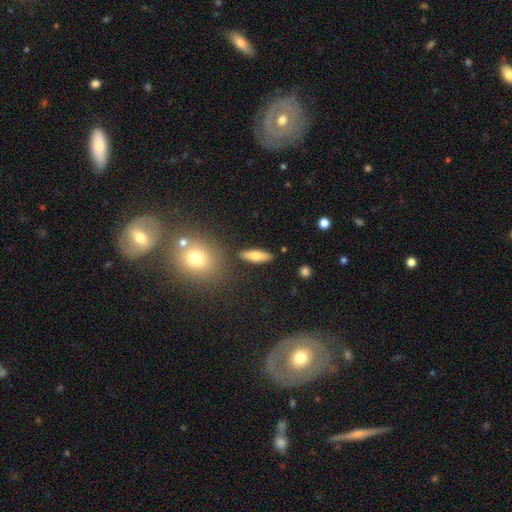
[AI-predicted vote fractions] Smooth or featured?
  - smooth: 67% *
  - featured or disk: 26%
  - star or artifact: 7%
How rounded?
  - cigar-shaped: 50% *
  - in between: 45%
  - round: 4%
Merging?
  - none: 85% *
  - minor disturbance: 9%
  - merger: 4%
  - major disturbance: 3%